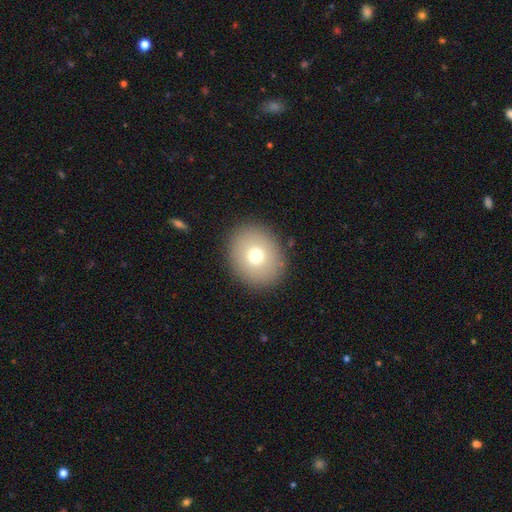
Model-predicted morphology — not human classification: This appears to be a smooth galaxy with no disk features (74%) that is round (59%). Merging: none (89%).